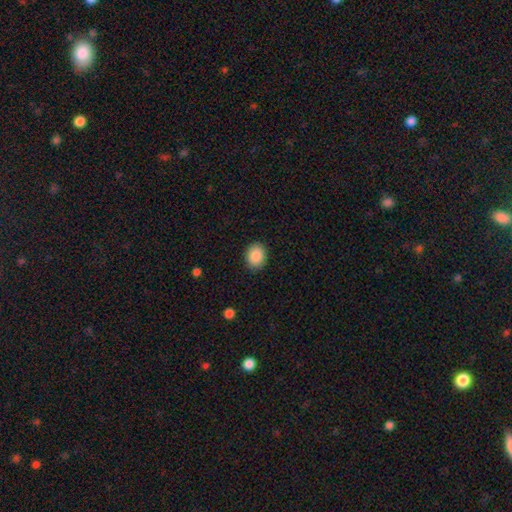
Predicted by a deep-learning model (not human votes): Smooth or featured? Predicted: smooth (p=0.89). How rounded? Predicted: in between (p=0.53). Merging? Predicted: none (p=0.89).